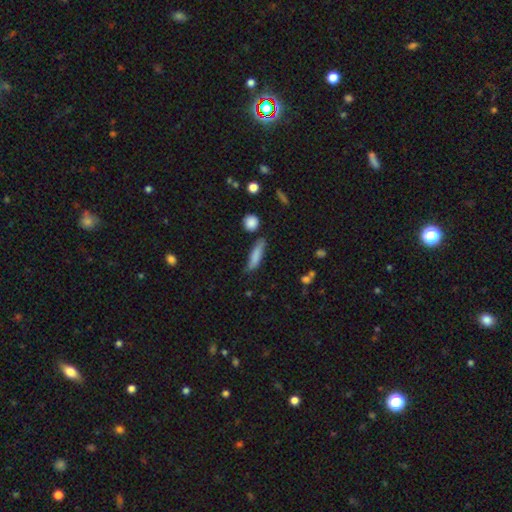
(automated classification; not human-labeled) This appears to be a smooth galaxy with no disk features (78%) that is cigar-shaped (73%). Merging: none (71%).